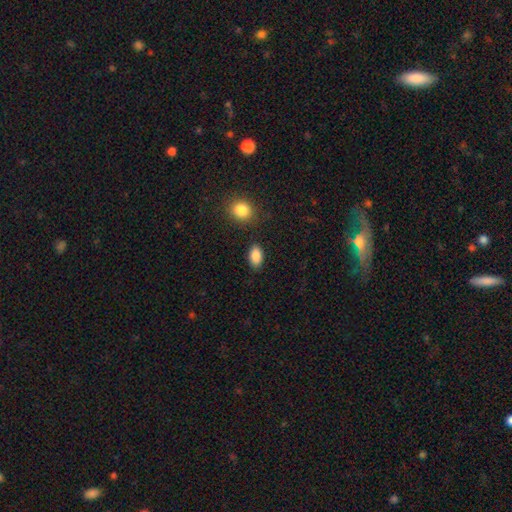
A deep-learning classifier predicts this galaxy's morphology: This appears to be a smooth galaxy with no disk features (88%) that is in between round and cigar-shaped (91%). Merging: none (84%).